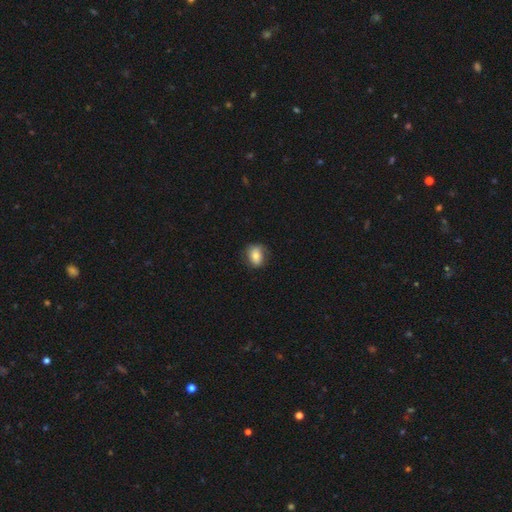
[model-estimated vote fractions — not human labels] This is likely a smooth galaxy (72%). How rounded: likely in between (60%). Merging: likely none (71%).